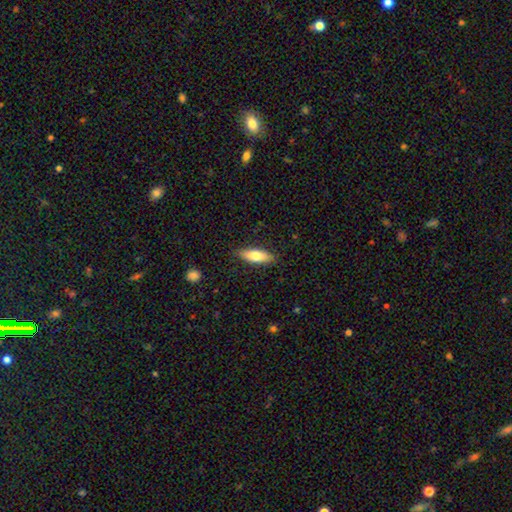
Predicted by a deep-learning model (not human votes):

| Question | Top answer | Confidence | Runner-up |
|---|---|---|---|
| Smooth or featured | smooth | 73% | featured or disk (21%) |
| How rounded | in between | 62% | cigar-shaped (36%) |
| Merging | none | 87% | minor disturbance (10%) |